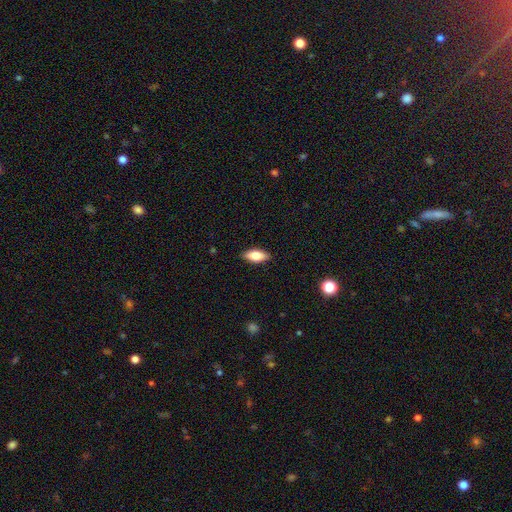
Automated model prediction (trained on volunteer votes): smooth-or-featured: smooth: 78% | featured or disk: 16% | star or artifact: 7%
  how-rounded: in between: 82% | cigar-shaped: 15% | round: 3%
  merging: none: 87% | minor disturbance: 10% | major disturbance: 2% | merger: 1%